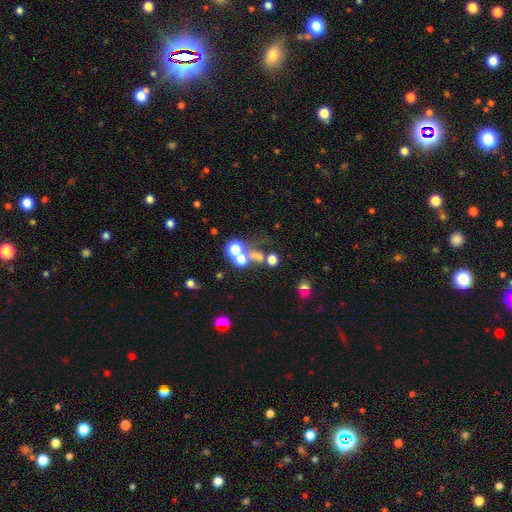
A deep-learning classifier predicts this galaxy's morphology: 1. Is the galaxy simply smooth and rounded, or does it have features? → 49% smooth, 34% star or artifact, 17% featured or disk.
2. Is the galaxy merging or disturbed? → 45% none, 35% merger, 10% major disturbance, 9% minor disturbance.